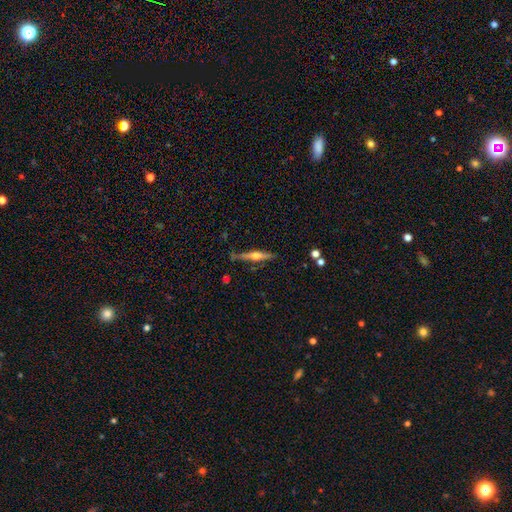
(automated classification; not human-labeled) smooth_or_featured: featured or disk (p=0.69) [alt: smooth p=0.24]
disk_edge_on: yes (p=0.97) [alt: no p=0.03]
edge_on_bulge: rounded (p=0.89) [alt: boxy p=0.06]
merging: none (p=0.82) [alt: minor disturbance p=0.13]